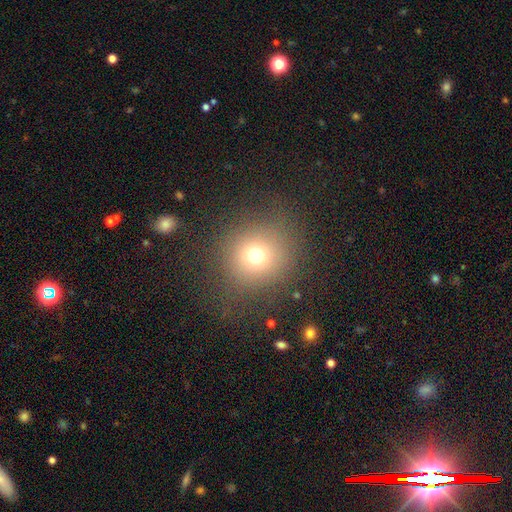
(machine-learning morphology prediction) A smooth galaxy with no disk features (70%) that is round (90%). Merging: none (82%).